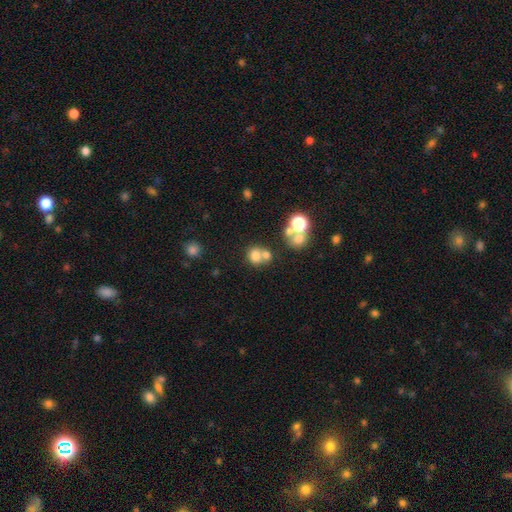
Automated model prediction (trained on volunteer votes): Smooth or featured? Predicted: smooth (p=0.69). How rounded? Predicted: round (p=0.73). Merging? Predicted: merger (p=0.45).